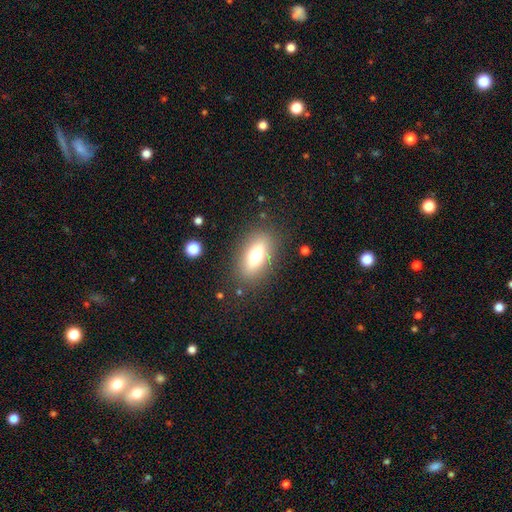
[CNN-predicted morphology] Smooth or featured?
  - smooth: 69% *
  - featured or disk: 22%
  - star or artifact: 9%
How rounded?
  - in between: 80% *
  - cigar-shaped: 13%
  - round: 7%
Merging?
  - none: 83% *
  - minor disturbance: 11%
  - major disturbance: 5%
  - merger: 2%